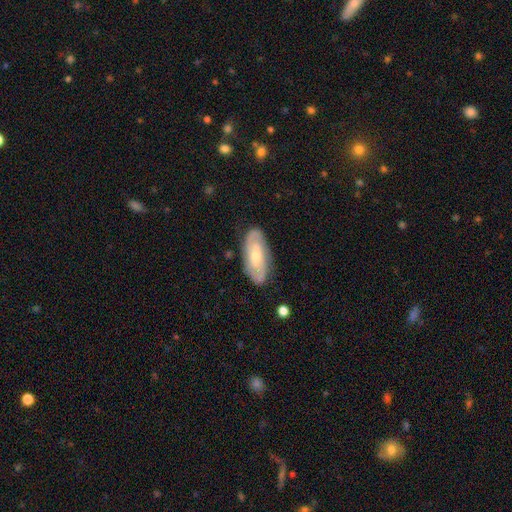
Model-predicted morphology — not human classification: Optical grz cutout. It shows a featured or disk galaxy (68%) with no bar (48%), 2 (54%) tight (51%) spiral arms (87%) and a small central bulge (50%). Merging: none (83%).